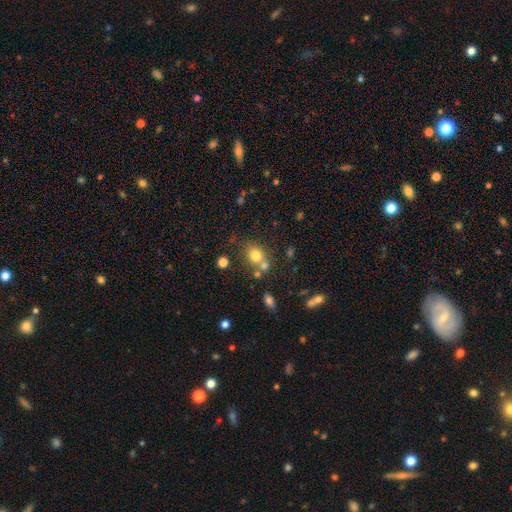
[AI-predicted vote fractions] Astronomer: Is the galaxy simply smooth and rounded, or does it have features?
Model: smooth — 75%.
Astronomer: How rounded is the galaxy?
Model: round — 69%.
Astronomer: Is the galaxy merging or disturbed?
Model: none — 56%.